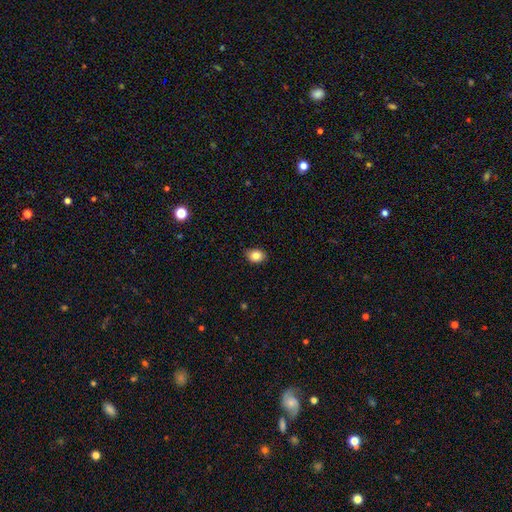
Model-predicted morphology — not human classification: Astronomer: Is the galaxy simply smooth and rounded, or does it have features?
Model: smooth — 83%.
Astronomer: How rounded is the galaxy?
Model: in between — 62%.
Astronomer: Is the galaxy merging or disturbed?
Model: none — 85%.